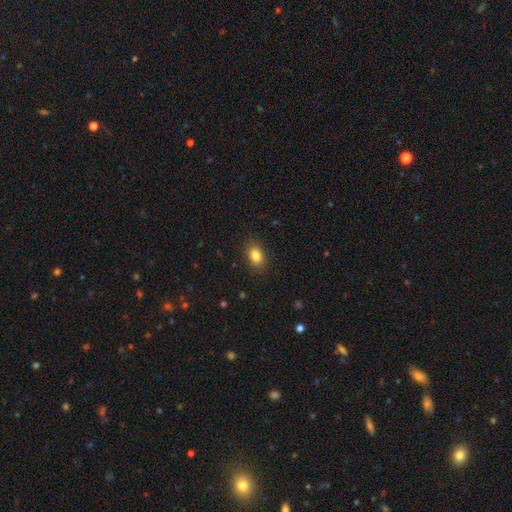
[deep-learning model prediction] Smooth or featured: smooth — 84% (star or artifact — 10%)
How rounded: in between — 72% (round — 27%)
Merging: none — 87% (minor disturbance — 10%)